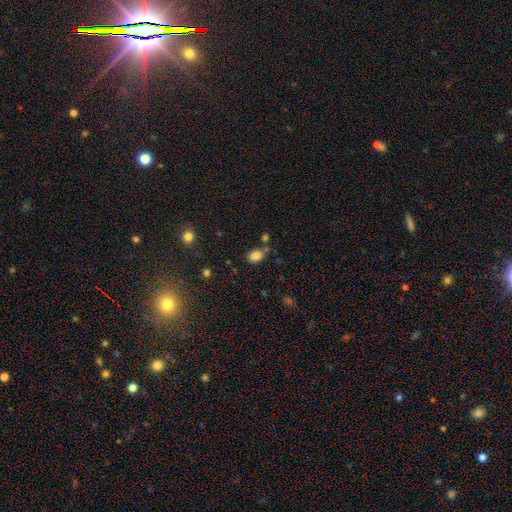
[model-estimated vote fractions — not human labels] Smooth or featured?
  - smooth: 83% *
  - star or artifact: 12%
  - featured or disk: 5%
How rounded?
  - in between: 61% *
  - round: 38%
  - cigar-shaped: 1%
Merging?
  - none: 67% *
  - merger: 15%
  - minor disturbance: 14%
  - major disturbance: 4%